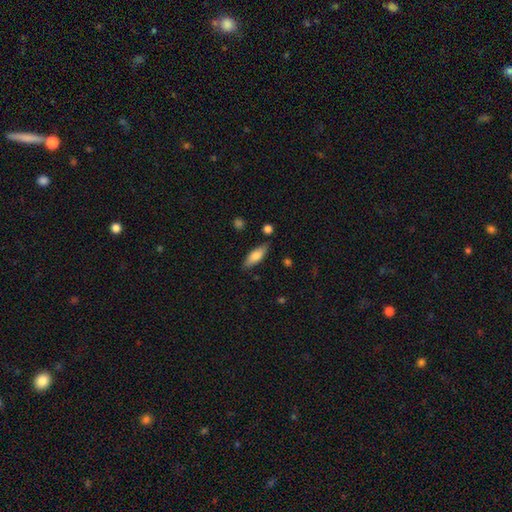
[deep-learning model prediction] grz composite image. It shows a smooth galaxy with no disk features (76%) that is in between round and cigar-shaped (66%). Merging: none (81%).